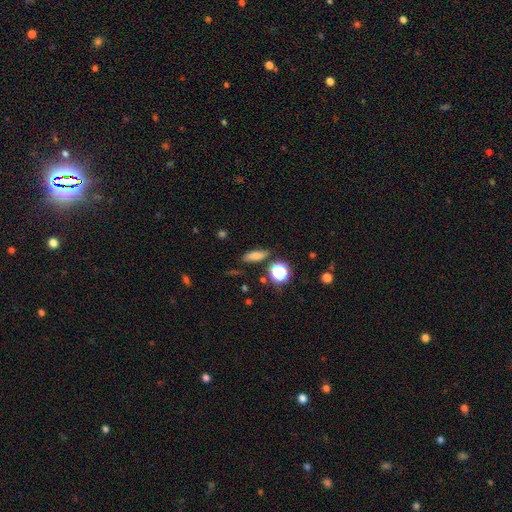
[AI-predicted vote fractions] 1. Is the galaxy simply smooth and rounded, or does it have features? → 72% smooth, 15% star or artifact, 12% featured or disk.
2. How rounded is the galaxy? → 57% in between, 31% cigar-shaped, 12% round.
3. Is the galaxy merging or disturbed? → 77% none, 15% minor disturbance, 4% major disturbance, 4% merger.